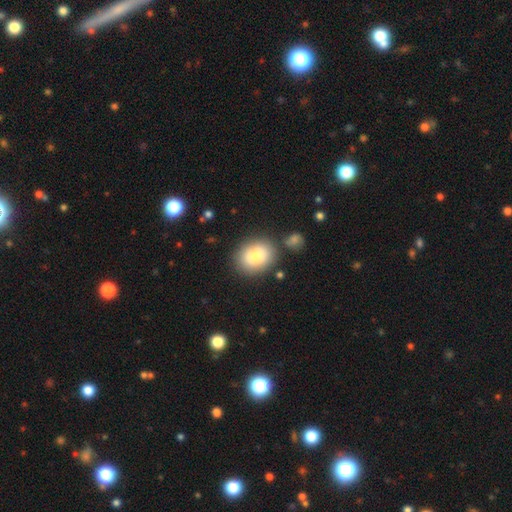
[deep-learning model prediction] Smooth or featured?
  - smooth: 81% *
  - featured or disk: 11%
  - star or artifact: 9%
How rounded?
  - round: 50% *
  - in between: 49%
  - cigar-shaped: 1%
Merging?
  - none: 79% *
  - minor disturbance: 11%
  - merger: 7%
  - major disturbance: 4%